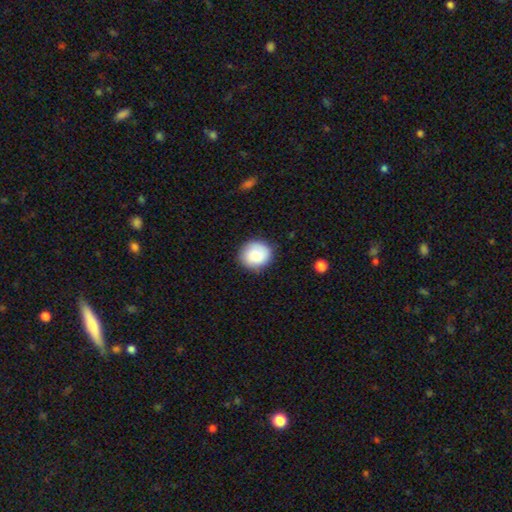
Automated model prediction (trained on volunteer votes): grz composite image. It shows a smooth galaxy with no disk features (79%) that is round (86%). Merging: none (81%).